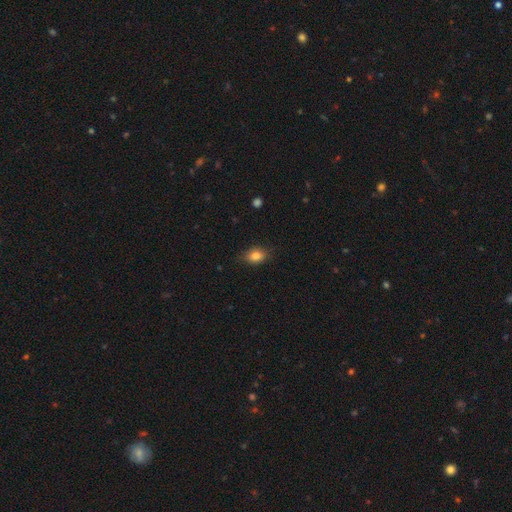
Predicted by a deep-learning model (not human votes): Morphology: type=smooth (83%); roundness=in between (73%); merging=none (81%).